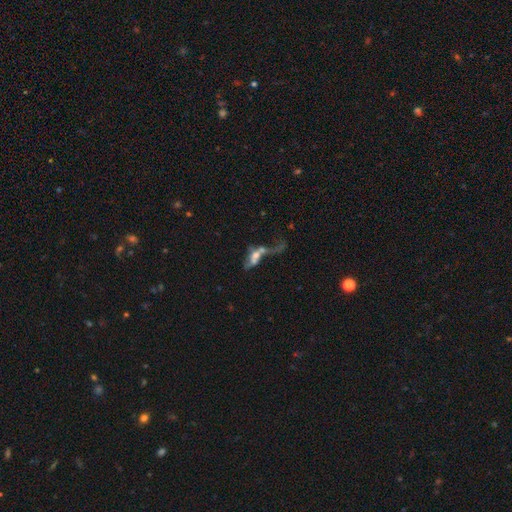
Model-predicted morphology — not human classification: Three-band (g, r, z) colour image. It shows a featured or disk galaxy (51%). Merging: merger (55%).